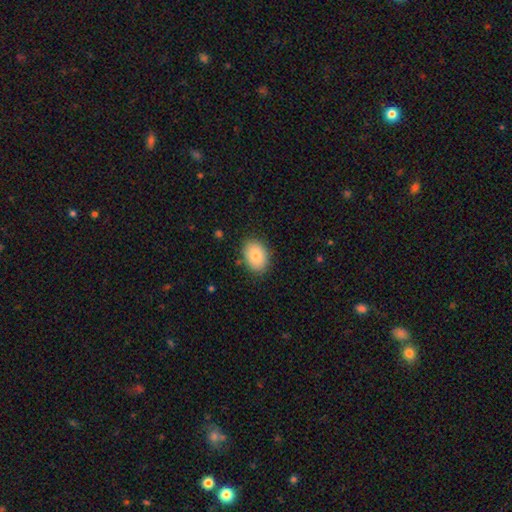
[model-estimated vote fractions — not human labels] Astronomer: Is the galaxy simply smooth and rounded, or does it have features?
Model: smooth — 81%.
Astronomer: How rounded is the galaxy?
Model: in between — 75%.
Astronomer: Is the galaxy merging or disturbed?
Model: none — 85%.